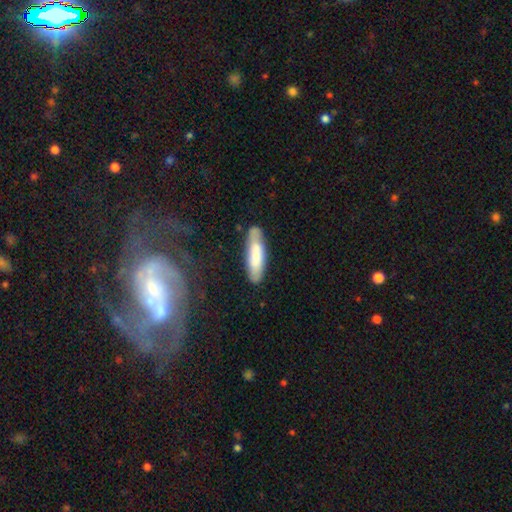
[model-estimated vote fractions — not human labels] This appears to be a smooth galaxy with no disk features (64%) that is cigar-shaped (67%). Merging: none (75%).